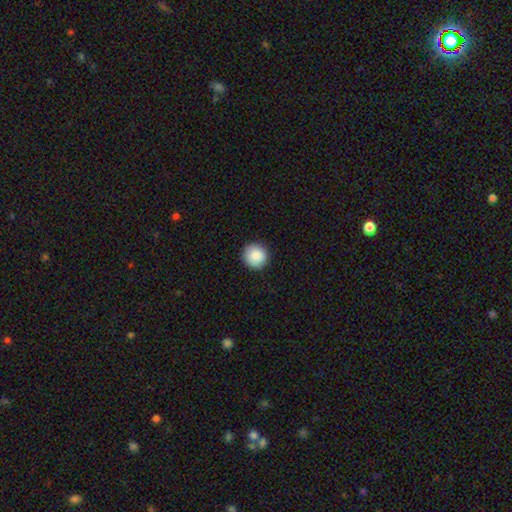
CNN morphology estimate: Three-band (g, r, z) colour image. It shows a smooth galaxy with no disk features (89%) that is round (95%). Merging: none (91%).